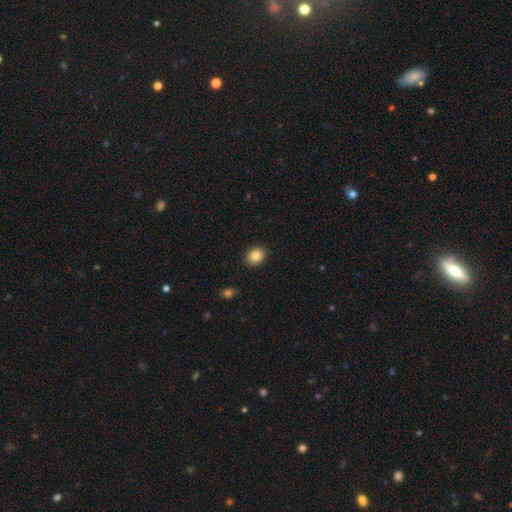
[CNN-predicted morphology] This appears to be a smooth galaxy with no disk features (85%) that is in between round and cigar-shaped (54%). Merging: none (90%).